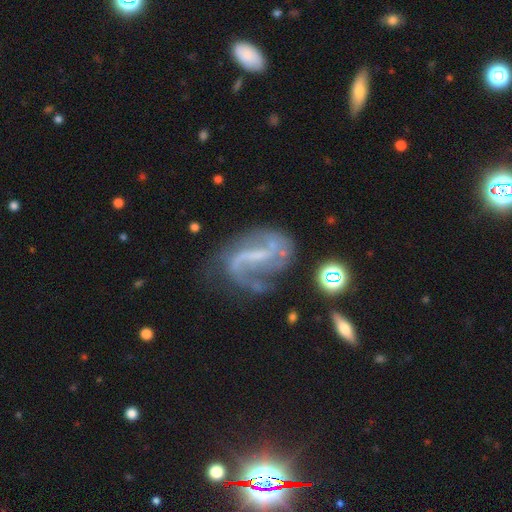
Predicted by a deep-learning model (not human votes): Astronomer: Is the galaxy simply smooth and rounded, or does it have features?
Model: featured or disk — 85%.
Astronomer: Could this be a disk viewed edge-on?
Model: no — 97%.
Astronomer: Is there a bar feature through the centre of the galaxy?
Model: strong — 44% (runner-up: weak, 40%).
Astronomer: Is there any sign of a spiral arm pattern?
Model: yes — 93%.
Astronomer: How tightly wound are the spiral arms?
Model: loose — 57% (runner-up: medium, 33%).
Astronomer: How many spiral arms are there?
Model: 2 — 79%.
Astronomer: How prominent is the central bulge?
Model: none — 48% (runner-up: small, 37%).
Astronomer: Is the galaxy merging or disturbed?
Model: none — 57%.